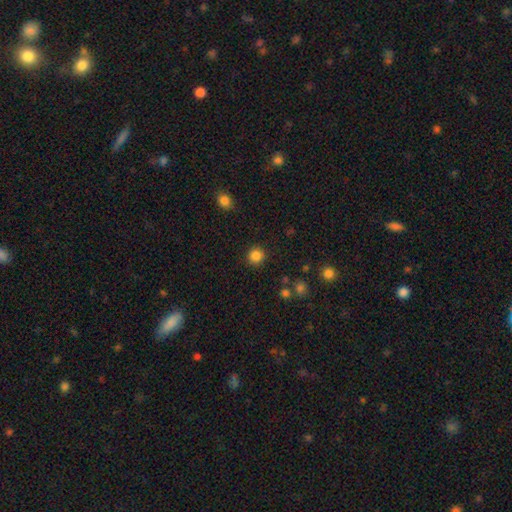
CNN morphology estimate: Q: Smooth or featured?
A: smooth (85%); runner-up: star or artifact (11%)
Q: How rounded?
A: round (92%); runner-up: in between (7%)
Q: Merging?
A: none (90%); runner-up: minor disturbance (6%)